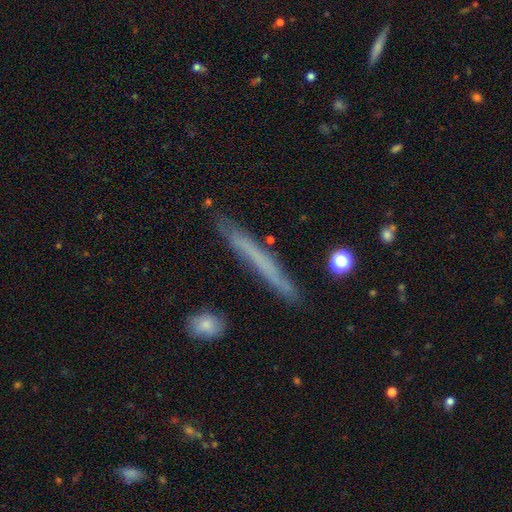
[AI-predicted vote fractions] smooth-or-featured: smooth: 51% | featured or disk: 39% | star or artifact: 10%
  how-rounded: cigar-shaped: 96% | in between: 2% | round: 2%
  merging: none: 88% | minor disturbance: 9% | major disturbance: 2% | merger: 2%